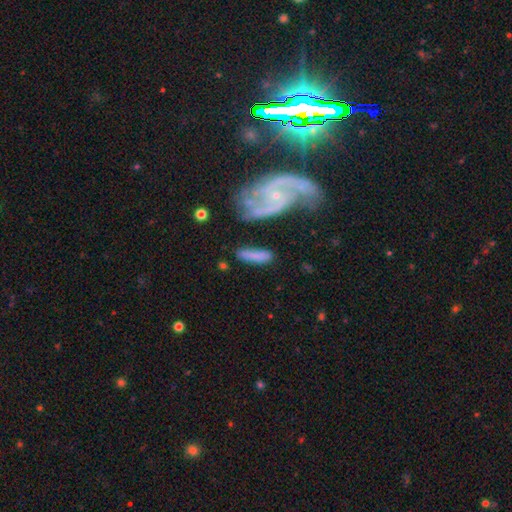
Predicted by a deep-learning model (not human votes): Smooth or featured? smooth (63%)
How rounded? cigar-shaped (66%)
Merging? none (64%)